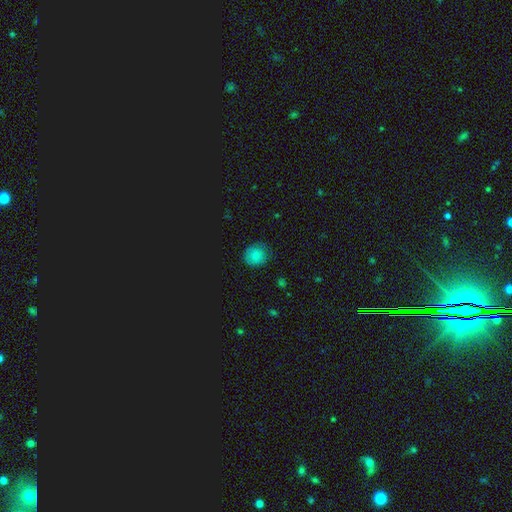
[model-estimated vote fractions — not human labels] A smooth galaxy with no disk features (78%) that is round (85%). Merging: none (80%).